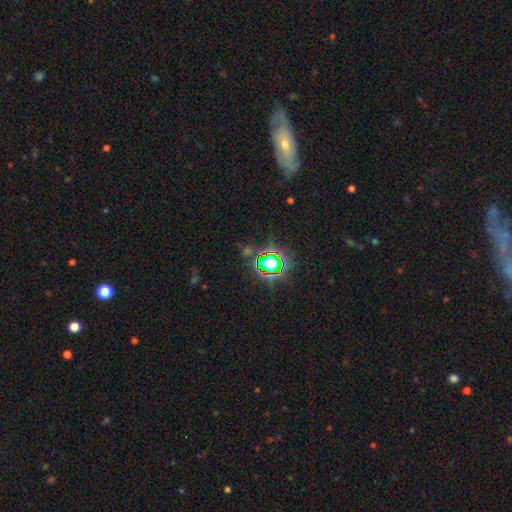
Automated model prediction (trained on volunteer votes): Morphology: type=star or artifact (67%).